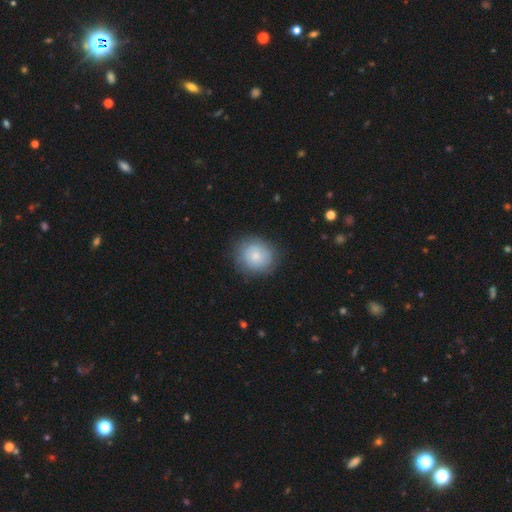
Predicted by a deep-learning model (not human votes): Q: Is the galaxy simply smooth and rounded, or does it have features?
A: smooth — 63%.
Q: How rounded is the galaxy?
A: round — 81%.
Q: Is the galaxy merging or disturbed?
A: none — 80%.